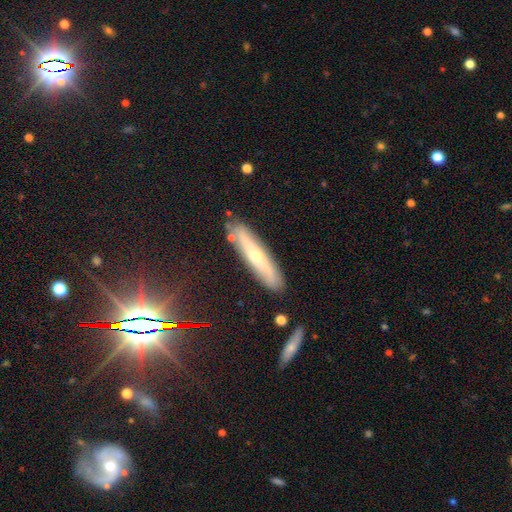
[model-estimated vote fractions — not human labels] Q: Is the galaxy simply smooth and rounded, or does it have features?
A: featured or disk — 54%.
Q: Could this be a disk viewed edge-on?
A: yes — 71%.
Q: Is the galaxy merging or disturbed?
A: none — 83%.